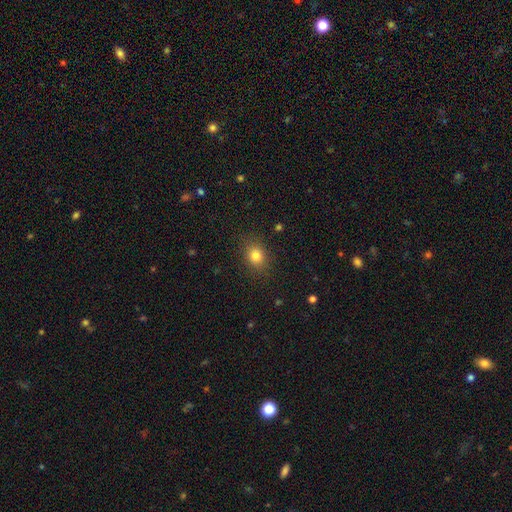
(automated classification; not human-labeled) Smooth or featured?
  - smooth: 81% *
  - star or artifact: 12%
  - featured or disk: 7%
How rounded?
  - round: 56% *
  - in between: 43%
  - cigar-shaped: 1%
Merging?
  - none: 85% *
  - minor disturbance: 10%
  - major disturbance: 3%
  - merger: 1%